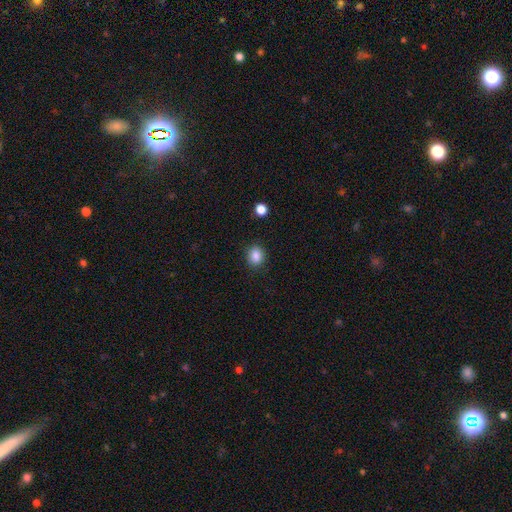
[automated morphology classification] The model was most divided on "how rounded": round: 59%, in between: 40%, cigar-shaped: 1%. More confident: merging — none (87%); smooth or featured — smooth (86%).